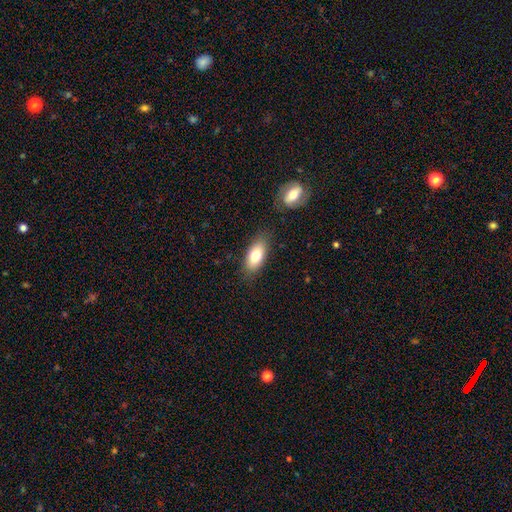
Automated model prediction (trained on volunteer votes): Smooth or featured? Predicted: smooth (p=0.77). How rounded? Predicted: in between (p=0.87). Merging? Predicted: none (p=0.83).